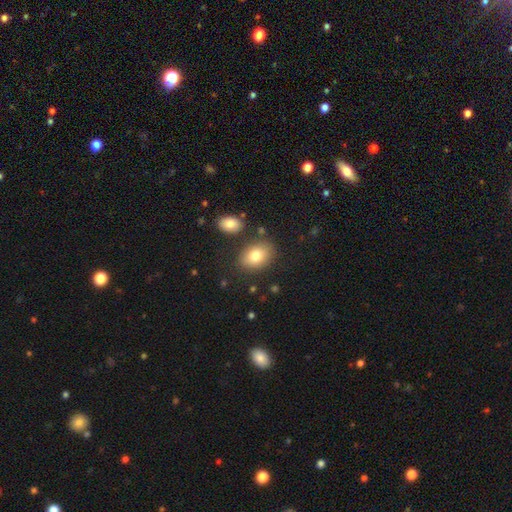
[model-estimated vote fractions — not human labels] A smooth galaxy with no disk features (80%) that is in between round and cigar-shaped (77%).

Vote fractions:
- Smooth or featured? smooth: 80% / featured or disk: 12% / star or artifact: 8%
- How rounded? in between: 77% / round: 22% / cigar-shaped: 1%
- Merging? none: 79% / minor disturbance: 12% / merger: 6% / major disturbance: 4%